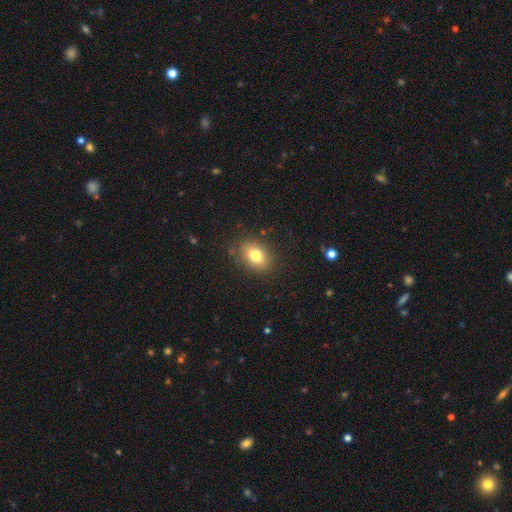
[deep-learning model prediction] smooth 77%, featured or disk 12%, star or artifact 10%. Down the decision tree: how rounded — in between (72%); merging — none (84%).